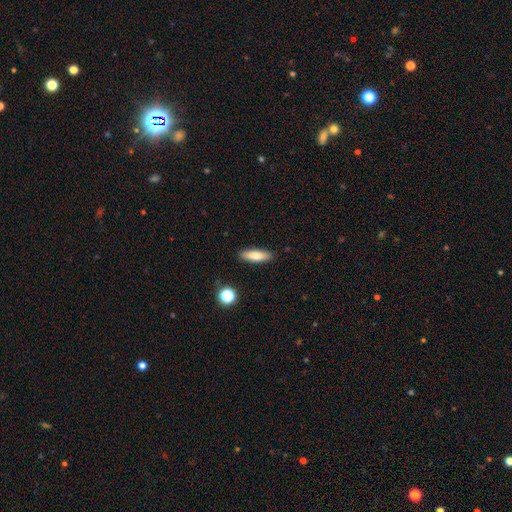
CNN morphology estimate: smooth 77%, featured or disk 16%, star or artifact 7%. Down the decision tree: how rounded — cigar-shaped (55%); merging — none (89%).